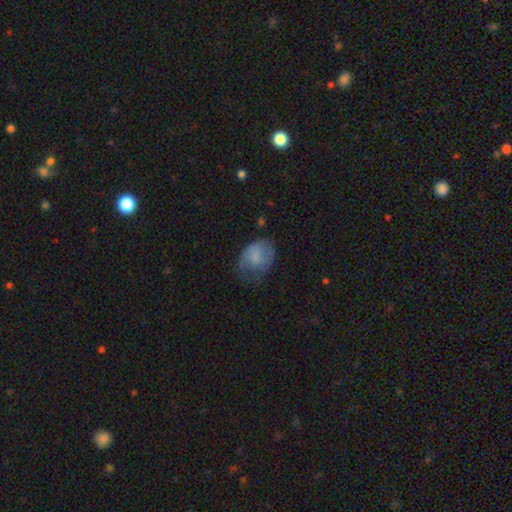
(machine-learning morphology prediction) smooth 70%, featured or disk 21%, star or artifact 9%. Down the decision tree: how rounded — in between (67%); merging — none (37%).